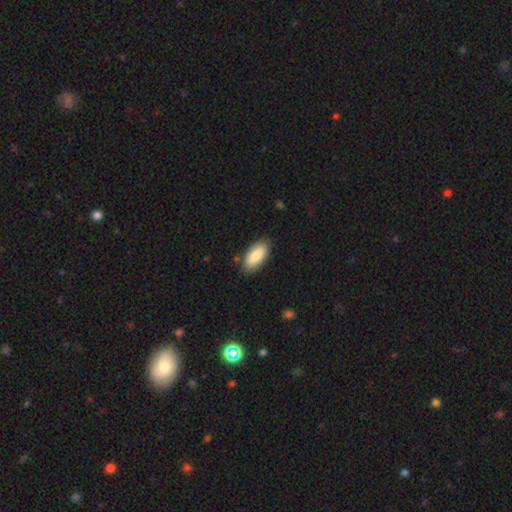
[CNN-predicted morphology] Q: Smooth or featured?
A: smooth (86%); runner-up: featured or disk (8%)
Q: How rounded?
A: in between (88%); runner-up: cigar-shaped (10%)
Q: Merging?
A: none (83%); runner-up: minor disturbance (13%)